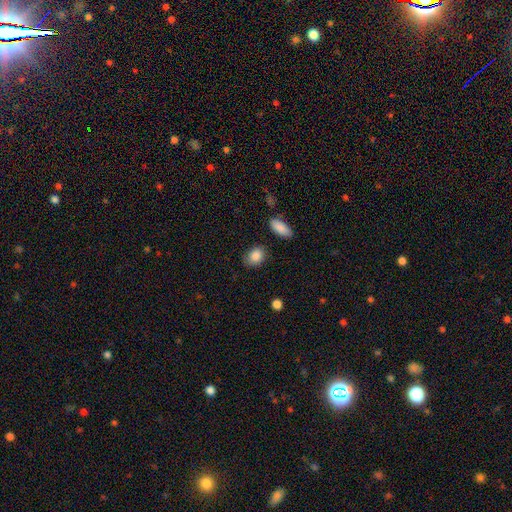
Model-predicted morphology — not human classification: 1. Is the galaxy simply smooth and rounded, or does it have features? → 87% smooth, 8% star or artifact, 5% featured or disk.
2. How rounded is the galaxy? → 66% in between, 32% round, 2% cigar-shaped.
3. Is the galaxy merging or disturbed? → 79% none, 15% minor disturbance, 3% major disturbance, 3% merger.